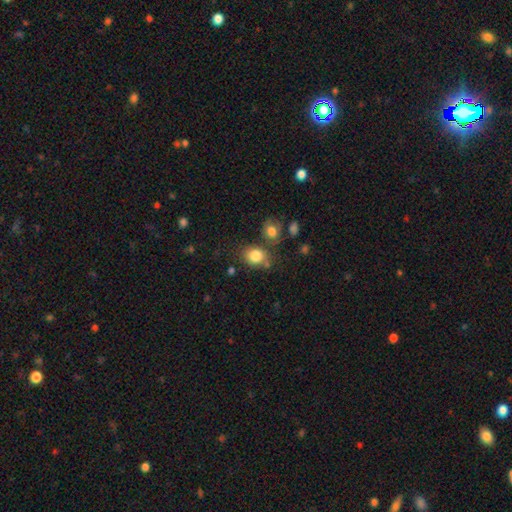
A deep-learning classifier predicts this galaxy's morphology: smooth 83%, star or artifact 10%, featured or disk 7%. Down the decision tree: how rounded — round (56%); merging — none (64%).